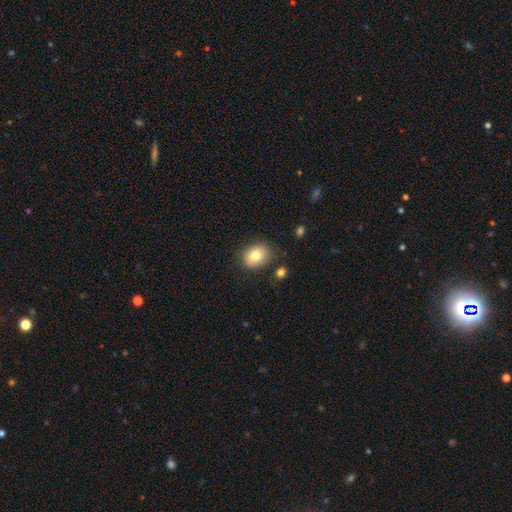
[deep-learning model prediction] Smooth or featured: smooth — 78% (featured or disk — 12%)
How rounded: in between — 52% (round — 47%)
Merging: none — 79% (minor disturbance — 15%)